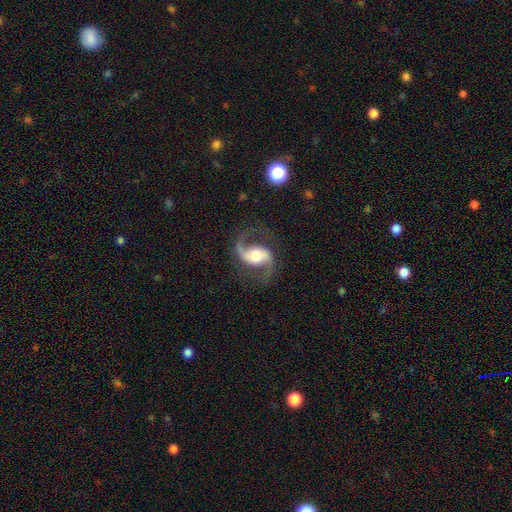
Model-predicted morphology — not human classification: smooth_or_featured: featured or disk (p=0.91) [alt: smooth p=0.05]
disk_edge_on: no (p=0.98) [alt: yes p=0.02]
bar: weak (p=0.38) [alt: no p=0.37]
has_spiral_arms: yes (p=0.98) [alt: no p=0.02]
spiral_winding: loose (p=0.49) [alt: medium p=0.44]
spiral_arm_count: 2 (p=0.94) [alt: 1 p=0.02]
bulge_size: moderate (p=0.61) [alt: large p=0.22]
merging: none (p=0.78) [alt: minor disturbance p=0.12]